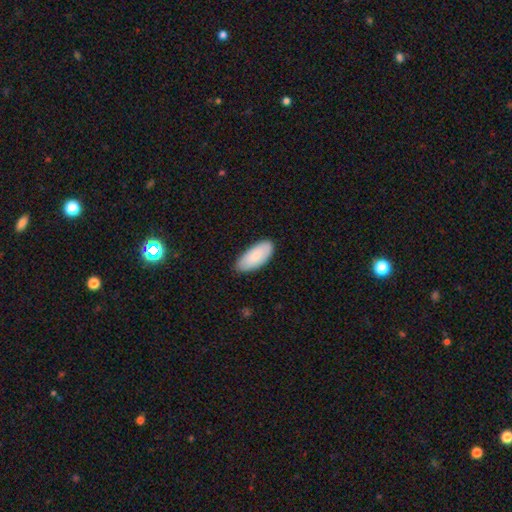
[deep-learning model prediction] Smooth or featured? smooth (87%)
How rounded? in between (89%)
Merging? none (83%)